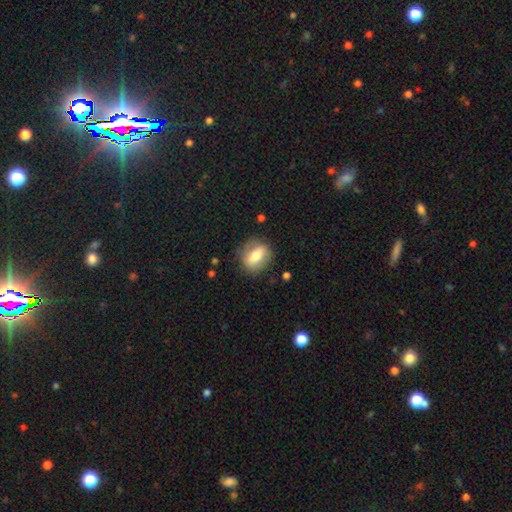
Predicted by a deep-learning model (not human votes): Smooth or featured?
  - smooth: 63% *
  - featured or disk: 30%
  - star or artifact: 7%
How rounded?
  - in between: 58% *
  - round: 38%
  - cigar-shaped: 3%
Merging?
  - none: 78% *
  - minor disturbance: 15%
  - major disturbance: 5%
  - merger: 2%